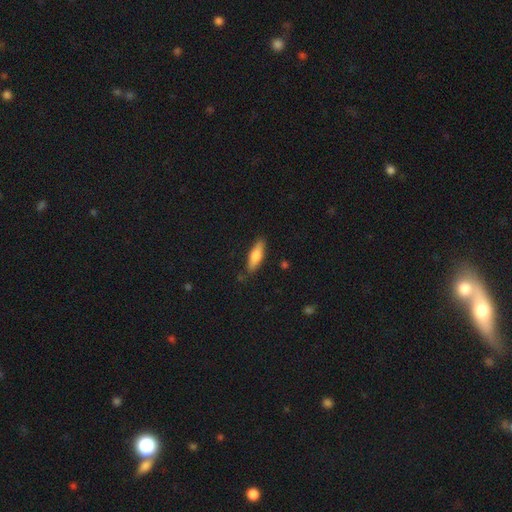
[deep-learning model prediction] A smooth galaxy with no disk features (73%) that is cigar-shaped (56%).

Vote fractions:
- Smooth or featured? smooth: 73% / featured or disk: 21% / star or artifact: 6%
- How rounded? cigar-shaped: 56% / in between: 42% / round: 2%
- Merging? none: 83% / minor disturbance: 13% / major disturbance: 2% / merger: 2%